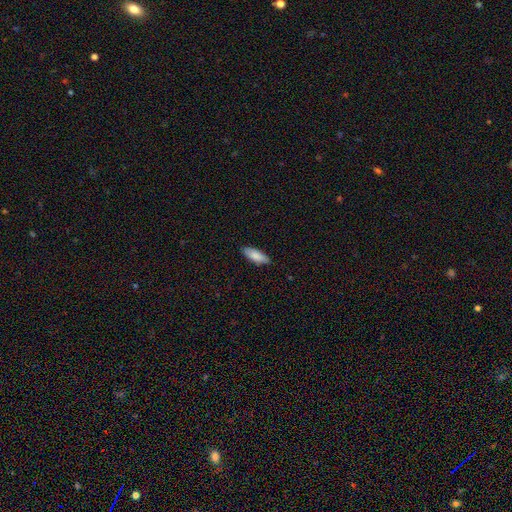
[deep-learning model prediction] A smooth galaxy with no disk features (85%) that is in between round and cigar-shaped (71%). Merging: none (86%).